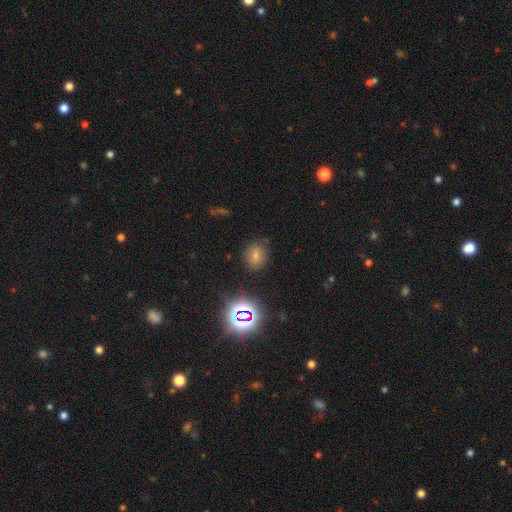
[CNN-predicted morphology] Smooth or featured? smooth (66%)
How rounded? in between (51%)
Merging? none (79%)